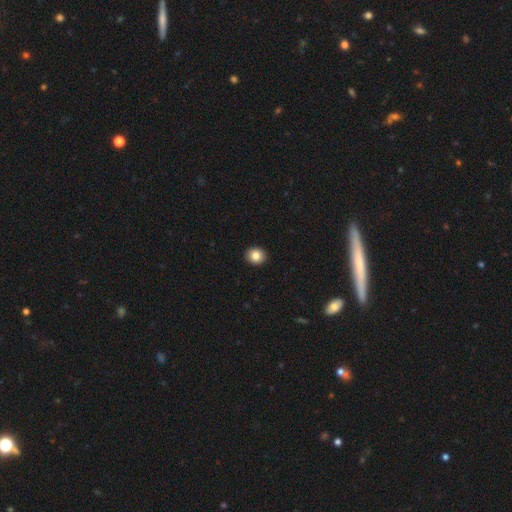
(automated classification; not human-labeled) A smooth galaxy with no disk features (85%) that is round (78%). Merging: none (93%).